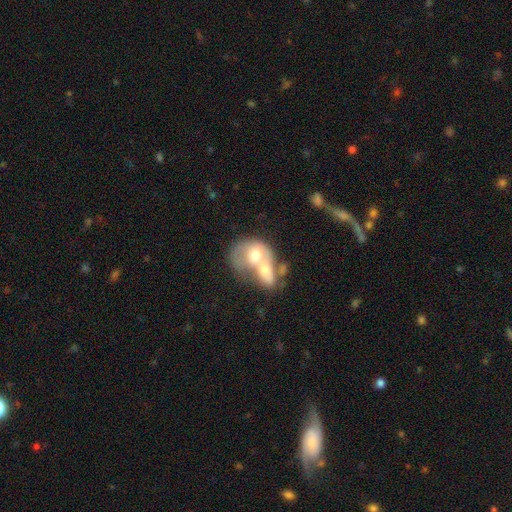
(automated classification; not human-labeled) Smooth or featured? smooth (50%)
How rounded? in between (61%)
Merging? merger (76%)